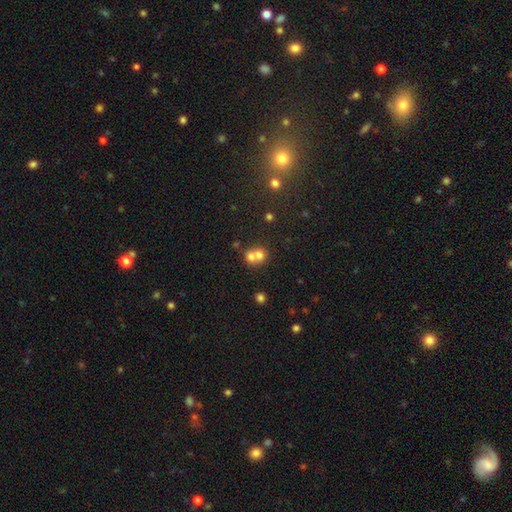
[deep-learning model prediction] This is likely a smooth galaxy (68%). How rounded: likely round (77%). Merging: likely merger (65%).